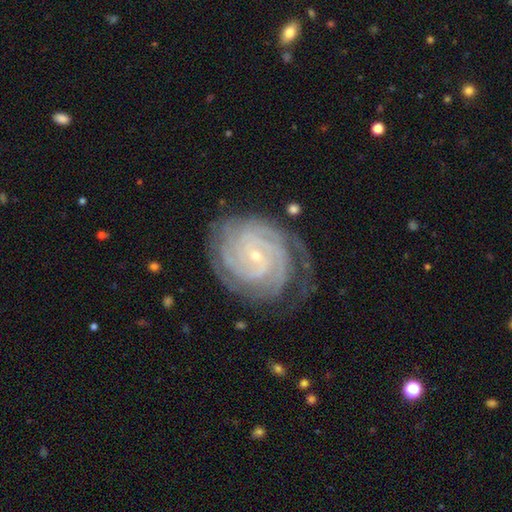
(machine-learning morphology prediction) A featured or disk galaxy (92%) with no bar (57%), 4 (29%) tight (85%) spiral arms (99%) and a small central bulge (84%). Merging: none (74%).